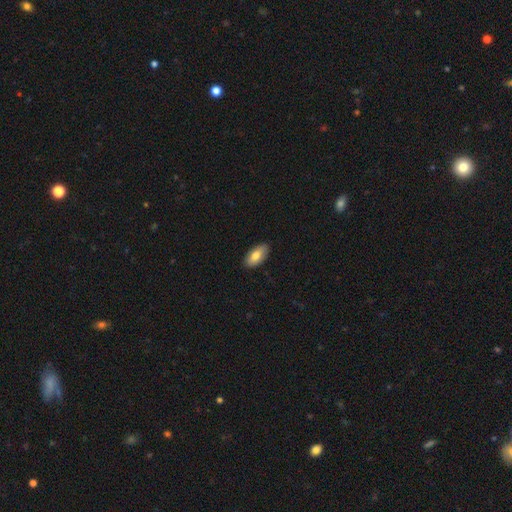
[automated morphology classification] smooth_or_featured: smooth (p=0.78) [alt: featured or disk p=0.15]
how_rounded: in between (p=0.92) [alt: cigar-shaped p=0.06]
merging: none (p=0.88) [alt: minor disturbance p=0.09]